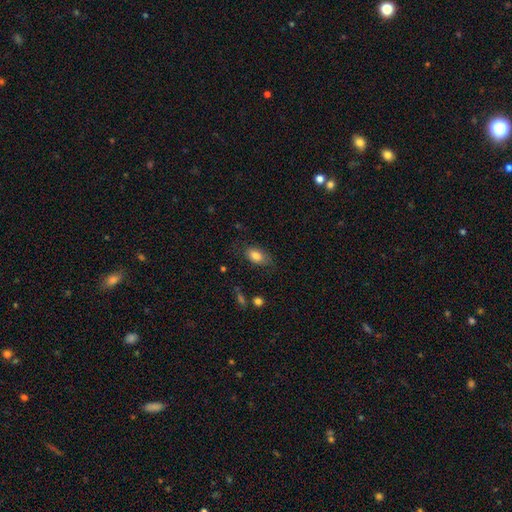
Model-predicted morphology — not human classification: type=smooth (82%); roundness=in between (90%); merging=none (69%).